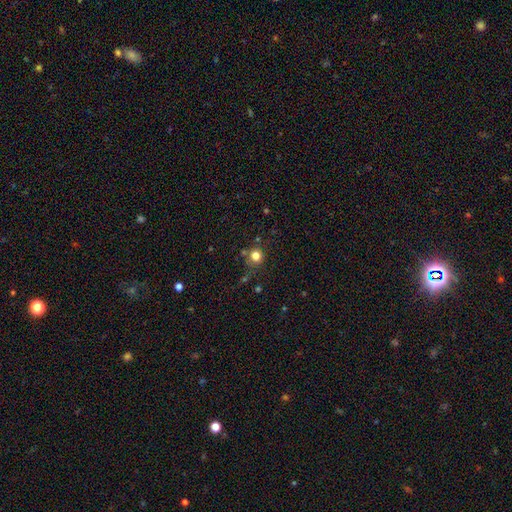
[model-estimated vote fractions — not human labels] smooth 78%, star or artifact 15%, featured or disk 7%. Down the decision tree: how rounded — round (90%); merging — none (73%).